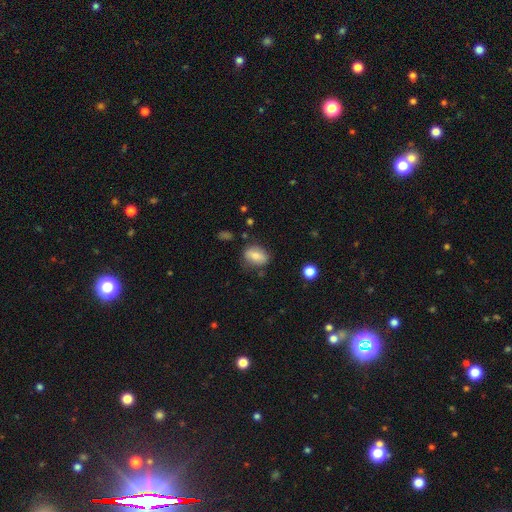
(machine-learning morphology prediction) type=smooth (75%); roundness=in between (80%); merging=none (71%).